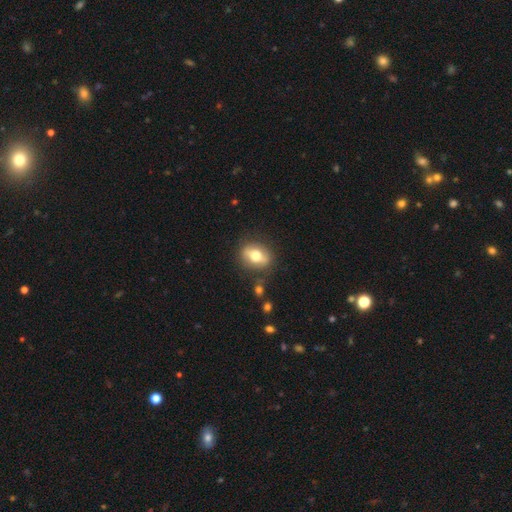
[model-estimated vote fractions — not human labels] smooth_or_featured: smooth (p=0.54) [alt: featured or disk p=0.38]
how_rounded: in between (p=0.59) [alt: round p=0.37]
merging: none (p=0.81) [alt: minor disturbance p=0.12]